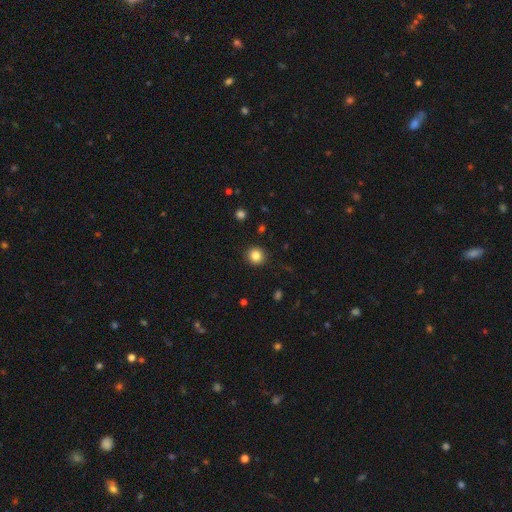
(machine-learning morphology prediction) type=smooth (84%); roundness=round (92%); merging=none (92%).